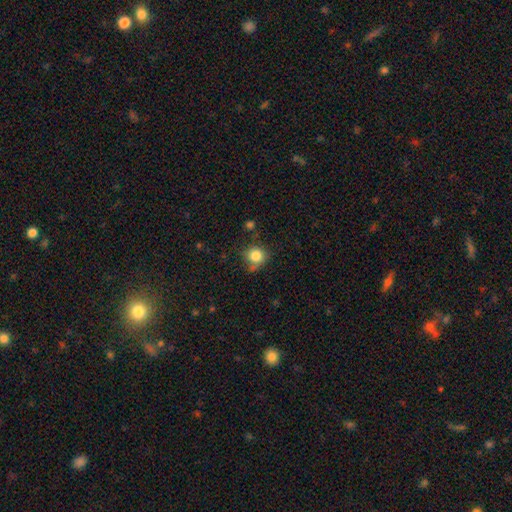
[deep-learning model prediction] Smooth or featured? smooth (83%)
How rounded? round (85%)
Merging? none (64%)